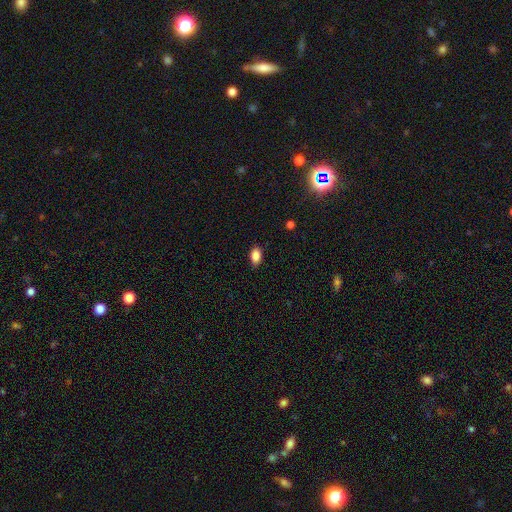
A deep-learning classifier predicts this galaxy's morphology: This appears to be a smooth galaxy with no disk features (86%) that is in between round and cigar-shaped (89%). Merging: none (87%).